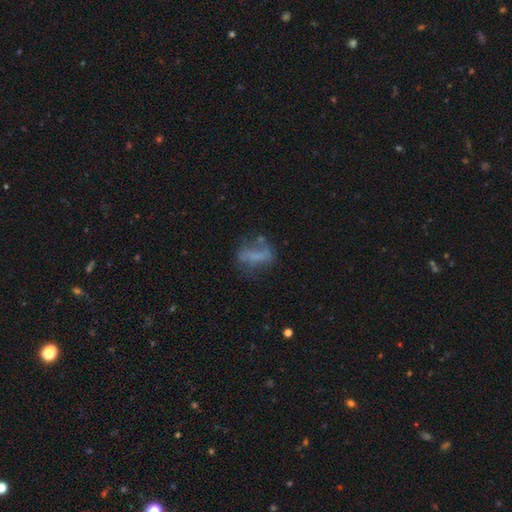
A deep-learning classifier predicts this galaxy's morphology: smooth-or-featured: smooth: 46% | featured or disk: 40% | star or artifact: 14%
  merging: none: 43% | major disturbance: 25% | minor disturbance: 24% | merger: 9%